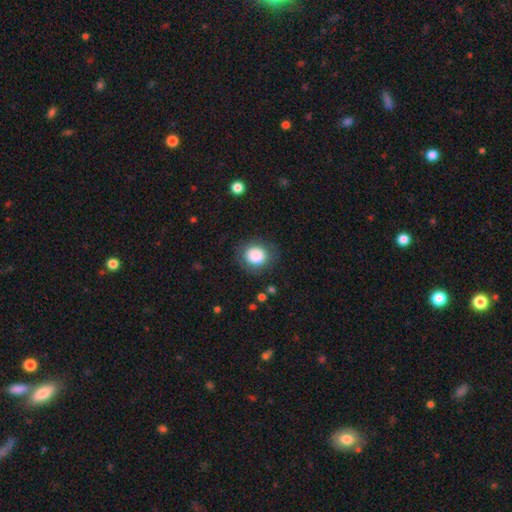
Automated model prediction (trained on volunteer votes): This is clearly a smooth galaxy (84%). How rounded: clearly round (83%). Merging: clearly none (82%).